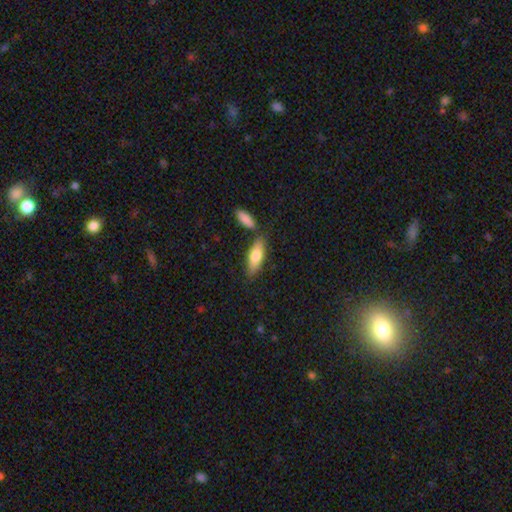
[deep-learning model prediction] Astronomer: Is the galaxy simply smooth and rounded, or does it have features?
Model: smooth — 75%.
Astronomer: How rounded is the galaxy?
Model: in between — 60% (runner-up: cigar-shaped, 38%).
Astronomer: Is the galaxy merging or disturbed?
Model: none — 72%.